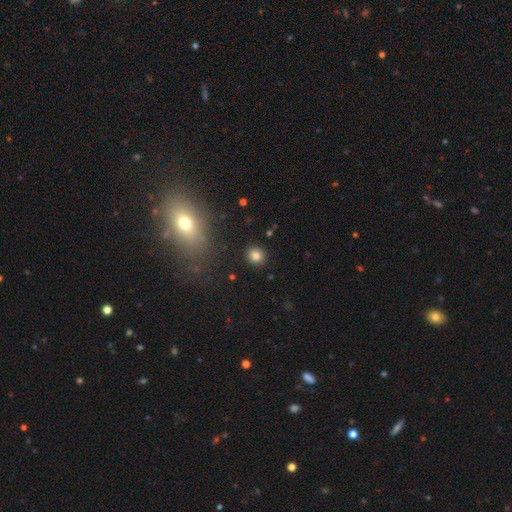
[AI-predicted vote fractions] A smooth galaxy with no disk features (81%) that is round (86%).

Vote fractions:
- Smooth or featured? smooth: 81% / star or artifact: 12% / featured or disk: 7%
- How rounded? round: 86% / in between: 13% / cigar-shaped: 1%
- Merging? none: 91% / minor disturbance: 6% / major disturbance: 2% / merger: 1%